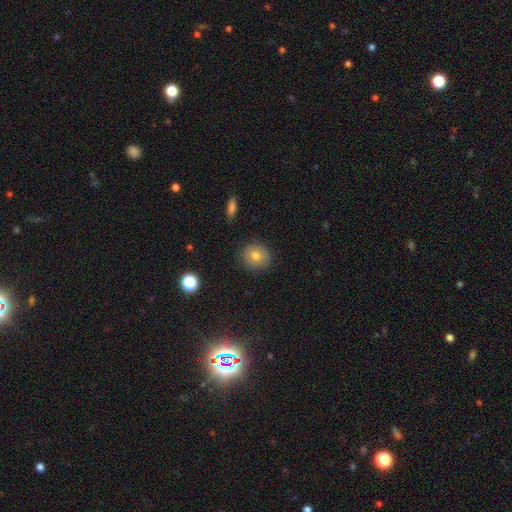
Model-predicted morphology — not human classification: A smooth galaxy with no disk features (72%) that is round (88%).

Vote fractions:
- Smooth or featured? smooth: 72% / featured or disk: 17% / star or artifact: 11%
- How rounded? round: 88% / in between: 11% / cigar-shaped: 1%
- Merging? none: 87% / minor disturbance: 9% / major disturbance: 2% / merger: 1%